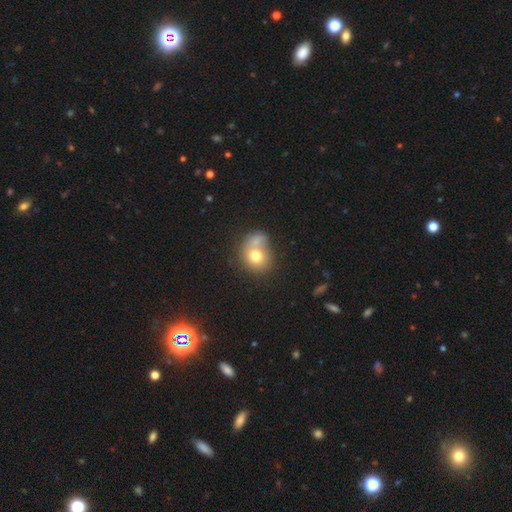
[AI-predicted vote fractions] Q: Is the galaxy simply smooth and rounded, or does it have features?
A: smooth — 72%.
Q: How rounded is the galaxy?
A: round — 66%.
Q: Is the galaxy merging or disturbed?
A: merger — 47%.